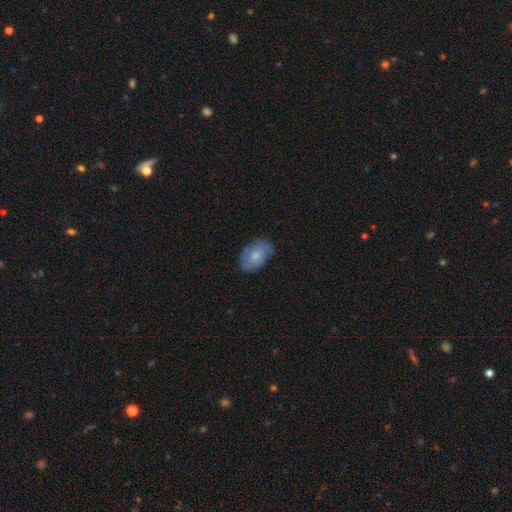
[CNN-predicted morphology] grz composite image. It shows a smooth galaxy with no disk features (68%) that is in between round and cigar-shaped (88%). Merging: none (72%).